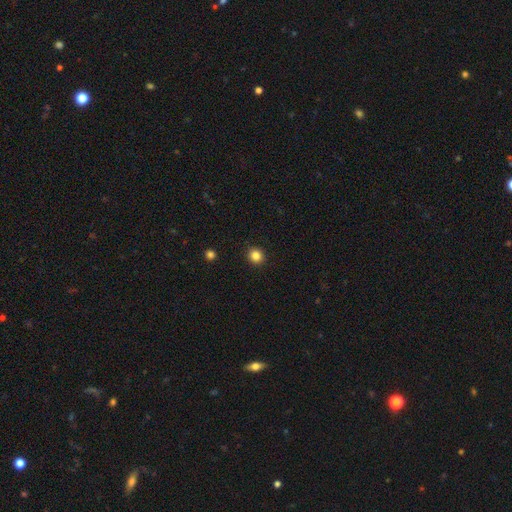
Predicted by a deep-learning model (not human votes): A smooth galaxy with no disk features (84%) that is round (89%).

Vote fractions:
- Smooth or featured? smooth: 84% / star or artifact: 12% / featured or disk: 4%
- How rounded? round: 89% / in between: 10% / cigar-shaped: 1%
- Merging? none: 92% / minor disturbance: 5% / major disturbance: 2% / merger: 1%